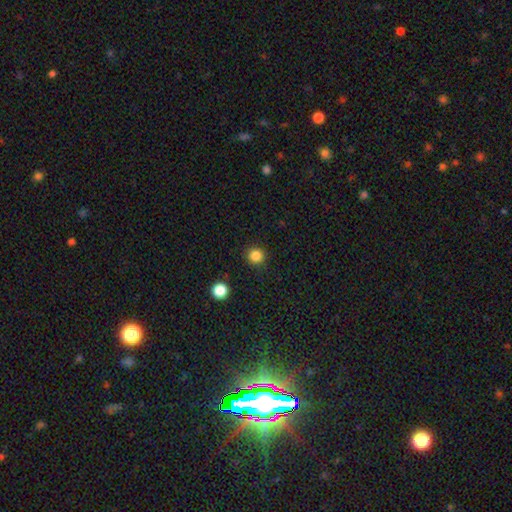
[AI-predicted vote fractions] This appears to be a smooth galaxy with no disk features (84%) that is round (94%). Merging: none (91%).